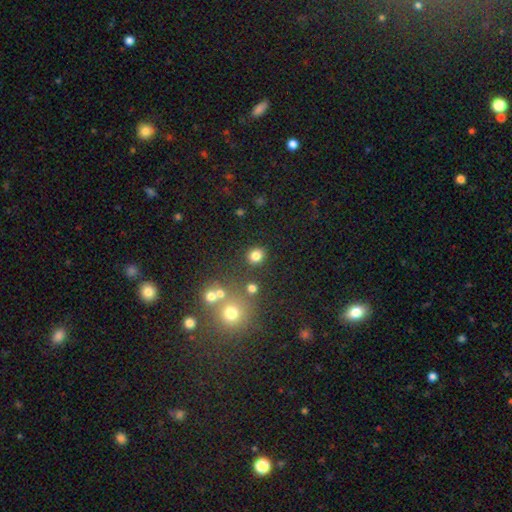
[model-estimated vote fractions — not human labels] Smooth or featured: smooth — 79% (star or artifact — 15%)
How rounded: round — 82% (in between — 17%)
Merging: none — 85% (minor disturbance — 8%)